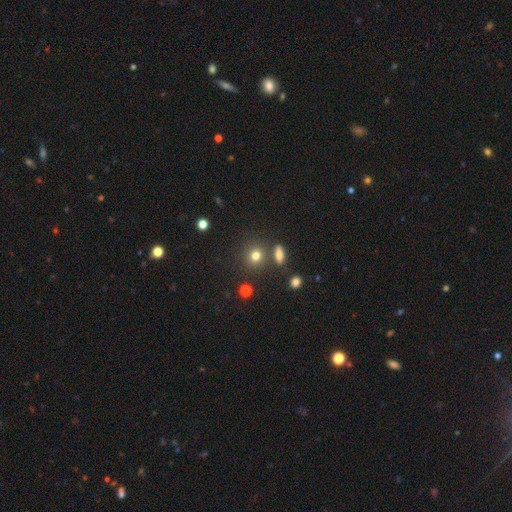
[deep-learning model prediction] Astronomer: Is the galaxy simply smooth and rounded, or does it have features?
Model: smooth — 77%.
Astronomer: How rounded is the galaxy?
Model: round — 85%.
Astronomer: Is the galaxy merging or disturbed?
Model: none — 78%.